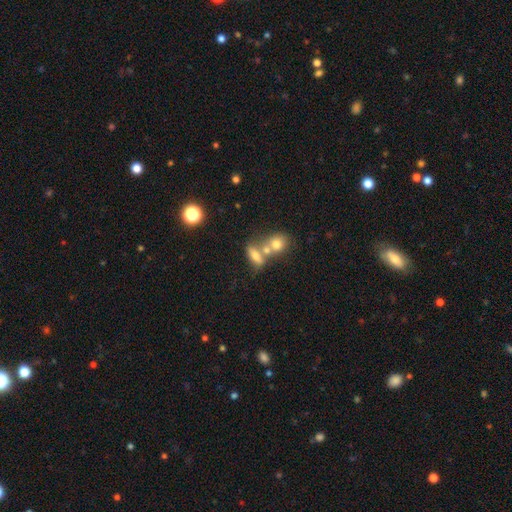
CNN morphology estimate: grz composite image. It shows a smooth galaxy with no disk features (69%) that is in between round and cigar-shaped (67%). Merging: merger (49%).